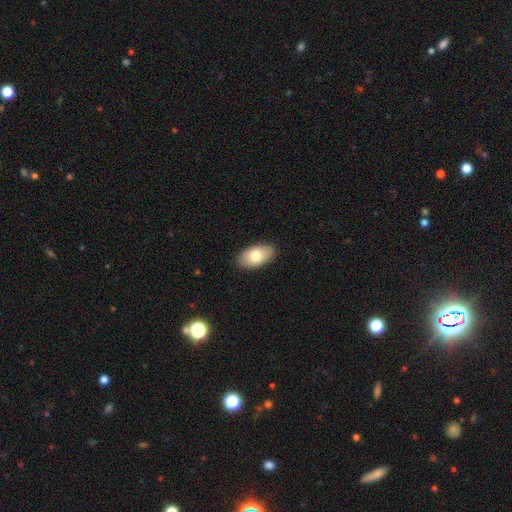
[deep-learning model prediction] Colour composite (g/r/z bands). It shows a smooth galaxy with no disk features (78%) that is in between round and cigar-shaped (94%). Merging: none (89%).